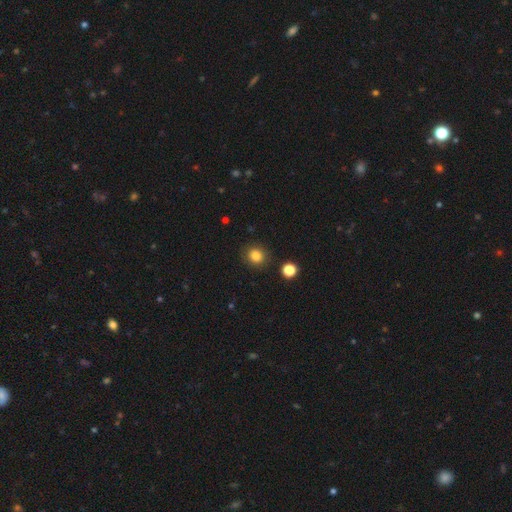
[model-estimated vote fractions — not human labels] smooth_or_featured: smooth (p=0.84) [alt: star or artifact p=0.11]
how_rounded: round (p=0.81) [alt: in between p=0.18]
merging: none (p=0.87) [alt: minor disturbance p=0.08]